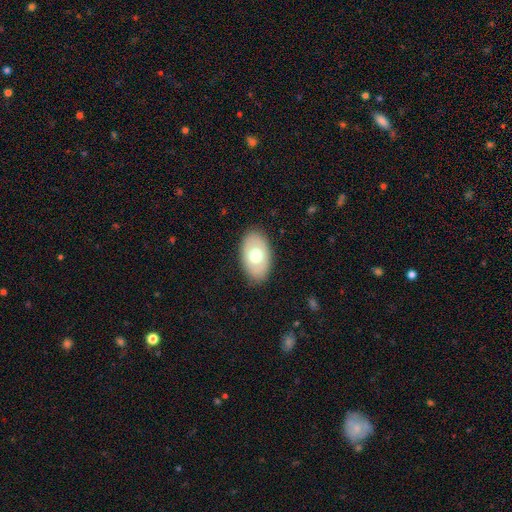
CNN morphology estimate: This appears to be a smooth galaxy with no disk features (64%) that is in between round and cigar-shaped (91%). Merging: none (85%).